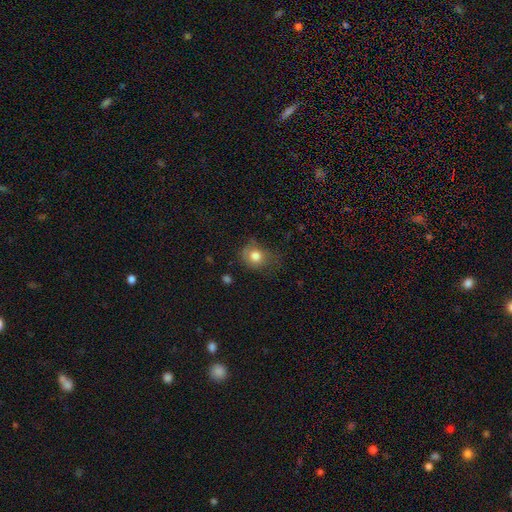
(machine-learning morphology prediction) Smooth or featured: smooth — 77% (featured or disk — 13%)
How rounded: round — 63% (in between — 36%)
Merging: none — 44% (minor disturbance — 33%)